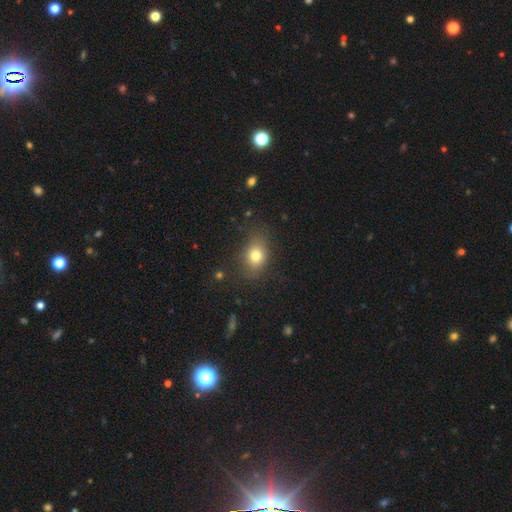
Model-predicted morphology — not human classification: Smooth or featured: smooth — 76% (star or artifact — 12%)
How rounded: in between — 61% (round — 38%)
Merging: none — 73% (minor disturbance — 18%)